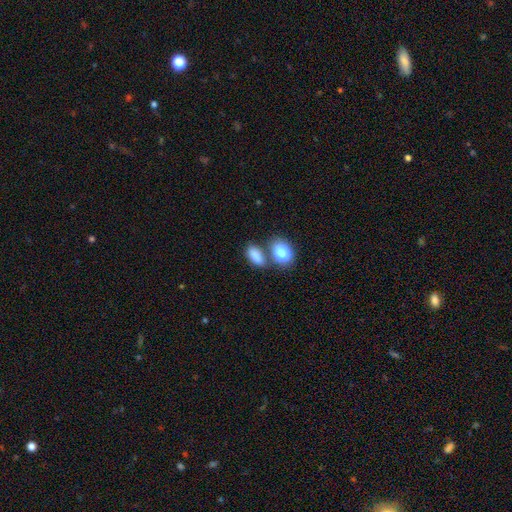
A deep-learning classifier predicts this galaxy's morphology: Smooth or featured? smooth (85%)
How rounded? in between (85%)
Merging? none (44%)